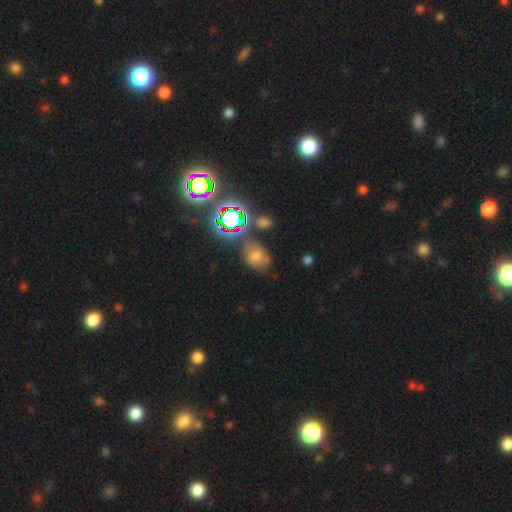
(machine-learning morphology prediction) Smooth or featured? smooth (41%)
Merging? none (58%)